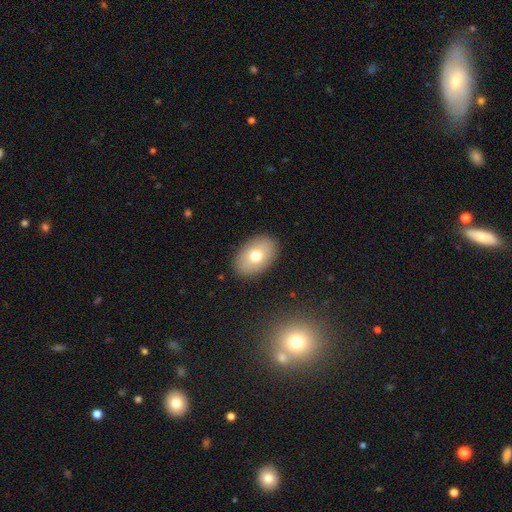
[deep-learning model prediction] Morphology: type=smooth (73%); roundness=in between (87%); merging=none (89%).